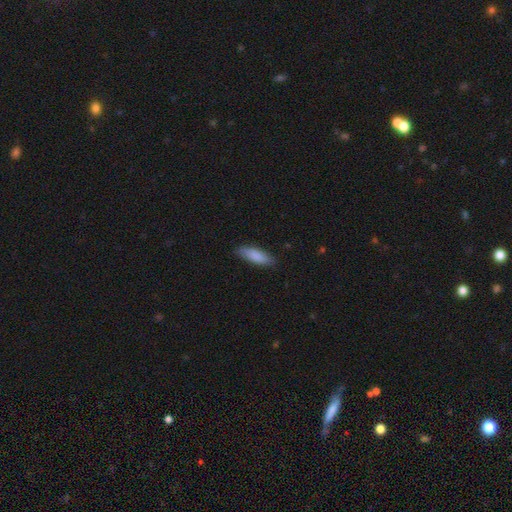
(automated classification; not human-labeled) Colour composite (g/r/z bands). It shows a smooth galaxy with no disk features (87%) that is in between round and cigar-shaped (59%). Merging: none (85%).